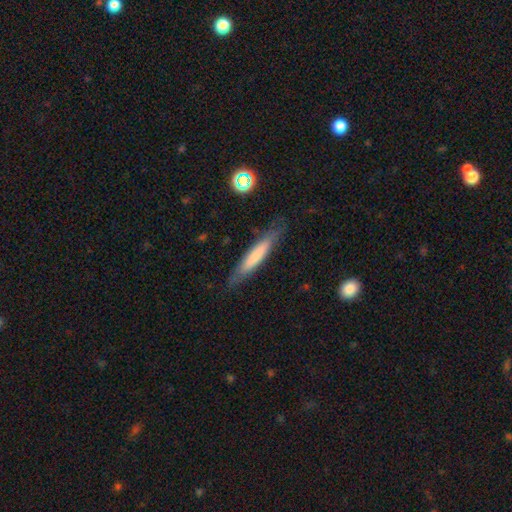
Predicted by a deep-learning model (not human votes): Q: Smooth or featured?
A: smooth (67%); runner-up: featured or disk (26%)
Q: How rounded?
A: cigar-shaped (89%); runner-up: in between (10%)
Q: Merging?
A: none (82%); runner-up: minor disturbance (14%)